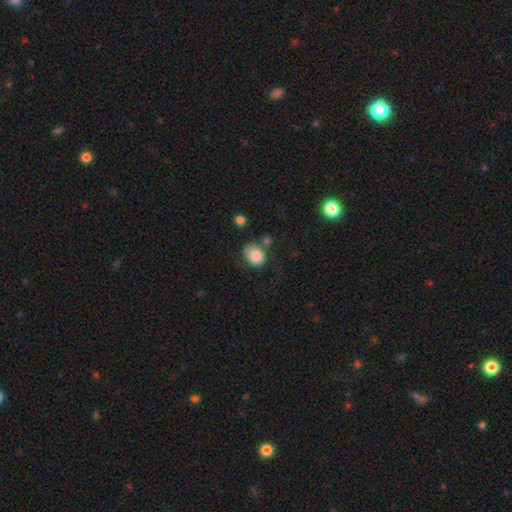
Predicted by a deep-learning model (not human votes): Smooth or featured: smooth — 84% (star or artifact — 8%)
How rounded: in between — 52% (round — 47%)
Merging: none — 55% (minor disturbance — 24%)